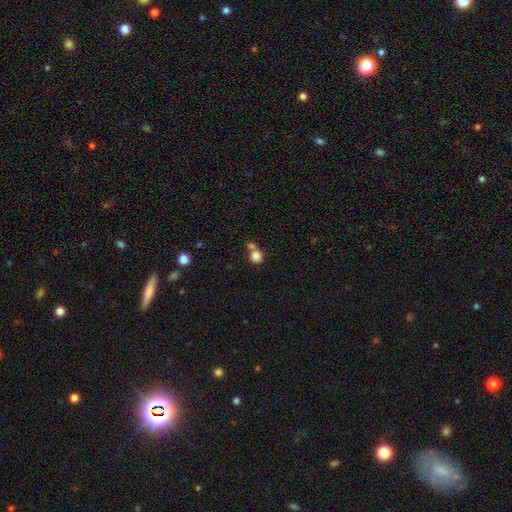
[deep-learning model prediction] Morphology: type=smooth (83%); roundness=round (87%); merging=none (45%).